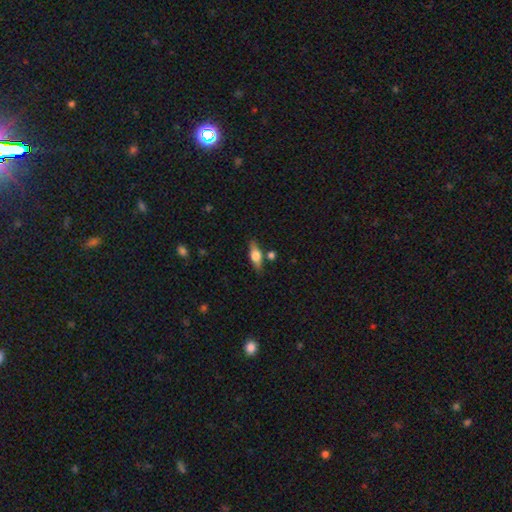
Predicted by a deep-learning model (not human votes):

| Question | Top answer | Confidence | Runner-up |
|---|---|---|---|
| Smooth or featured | smooth | 52% | featured or disk (41%) |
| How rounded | in between | 61% | cigar-shaped (34%) |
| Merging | none | 78% | minor disturbance (12%) |